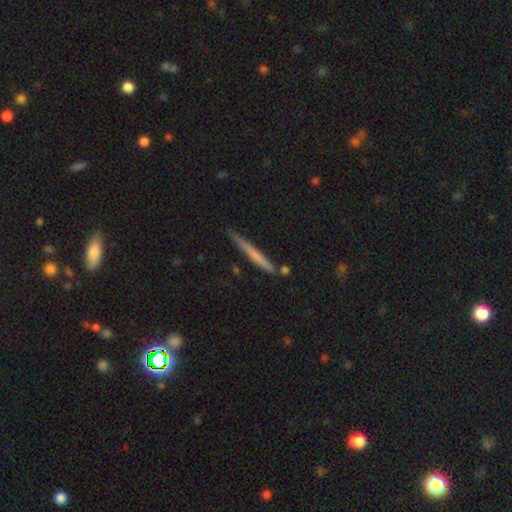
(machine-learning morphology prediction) smooth_or_featured: smooth (p=0.57) [alt: featured or disk p=0.37]
how_rounded: cigar-shaped (p=0.96) [alt: in between p=0.02]
merging: none (p=0.78) [alt: minor disturbance p=0.15]